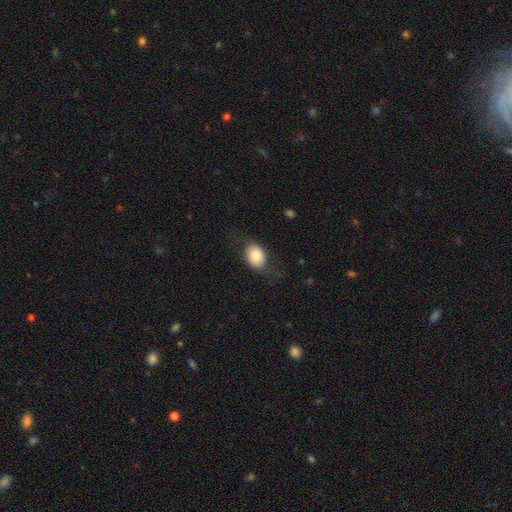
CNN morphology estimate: smooth_or_featured: smooth (p=0.76) [alt: featured or disk p=0.16]
how_rounded: in between (p=0.68) [alt: round p=0.30]
merging: none (p=0.69) [alt: minor disturbance p=0.20]